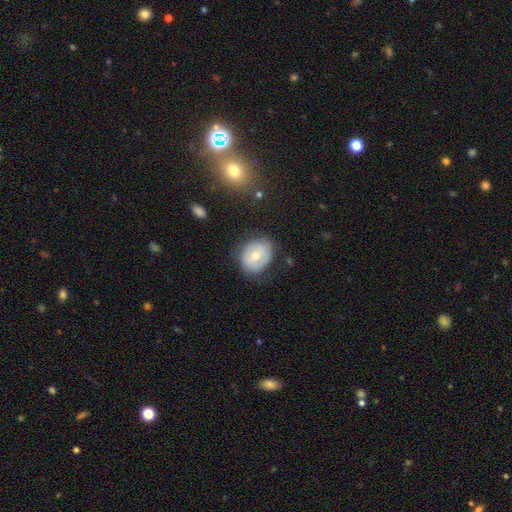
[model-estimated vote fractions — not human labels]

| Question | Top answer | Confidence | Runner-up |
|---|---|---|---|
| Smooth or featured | smooth | 59% | featured or disk (34%) |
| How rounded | round | 60% | in between (39%) |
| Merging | none | 71% | minor disturbance (21%) |